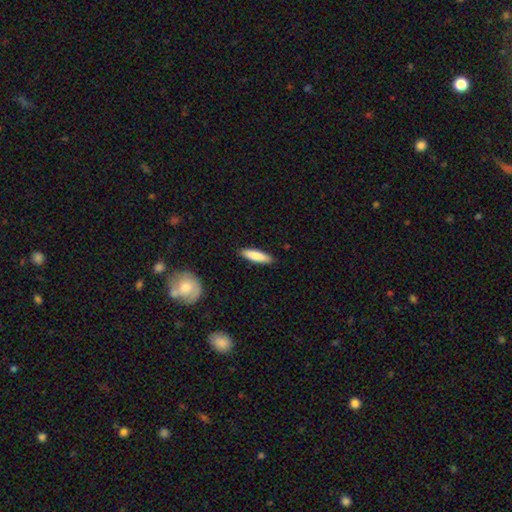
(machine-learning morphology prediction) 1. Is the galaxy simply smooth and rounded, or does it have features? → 84% smooth, 11% featured or disk, 5% star or artifact.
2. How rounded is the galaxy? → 65% cigar-shaped, 33% in between, 1% round.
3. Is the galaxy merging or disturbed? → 88% none, 9% minor disturbance, 2% major disturbance, 1% merger.